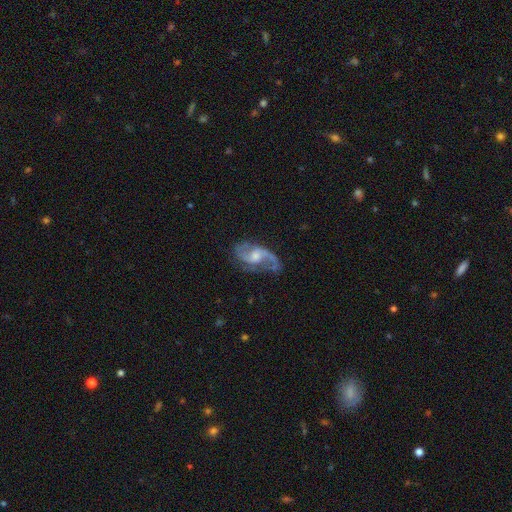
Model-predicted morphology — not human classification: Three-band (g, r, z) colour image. It shows a featured or disk galaxy (87%) with a weak bar (46%), 2 (84%) loose (47%) spiral arms (96%) and a moderate central bulge (51%). Merging: none (62%).